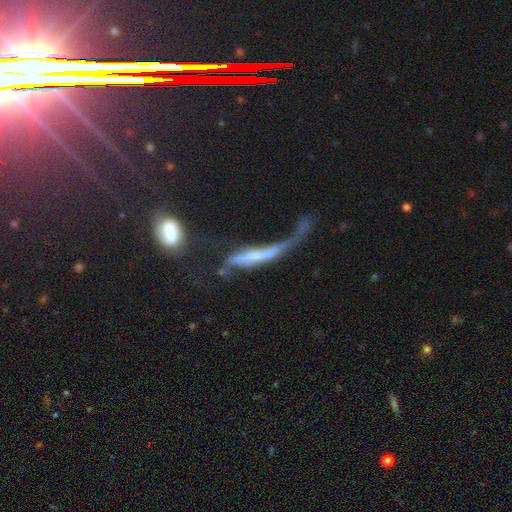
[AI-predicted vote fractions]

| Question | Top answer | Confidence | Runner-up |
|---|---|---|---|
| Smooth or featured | featured or disk | 57% | smooth (33%) |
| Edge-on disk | no | 51% | yes (49%) |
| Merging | major disturbance | 46% | merger (24%) |